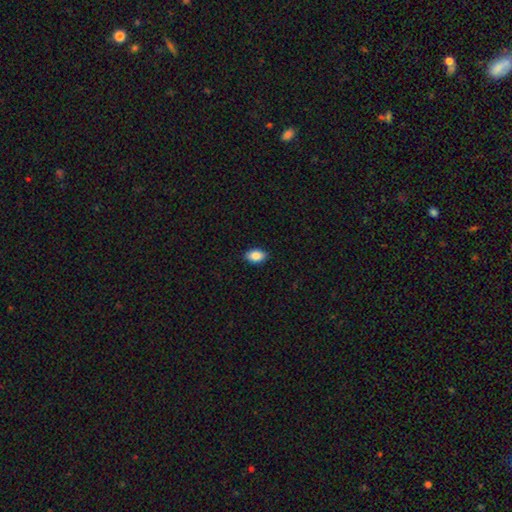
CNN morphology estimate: smooth_or_featured: smooth (p=0.86) [alt: star or artifact p=0.07]
how_rounded: in between (p=0.90) [alt: round p=0.08]
merging: none (p=0.89) [alt: minor disturbance p=0.08]